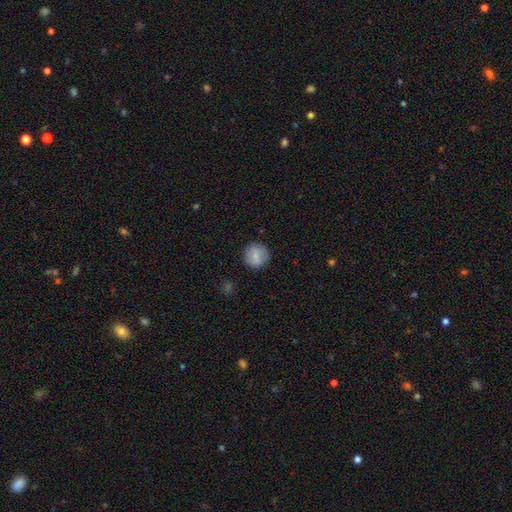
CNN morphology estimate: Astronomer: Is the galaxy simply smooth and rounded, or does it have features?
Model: smooth — 78%.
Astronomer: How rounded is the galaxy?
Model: round — 91%.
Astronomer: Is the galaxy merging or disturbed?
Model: none — 86%.